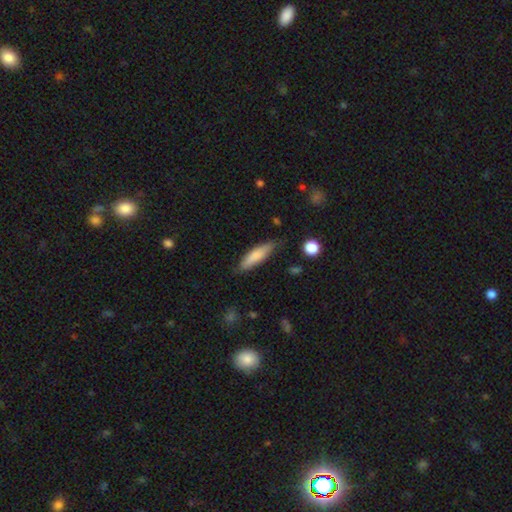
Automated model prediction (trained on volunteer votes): Smooth or featured? Predicted: smooth (p=0.78). How rounded? Predicted: cigar-shaped (p=0.71). Merging? Predicted: none (p=0.77).